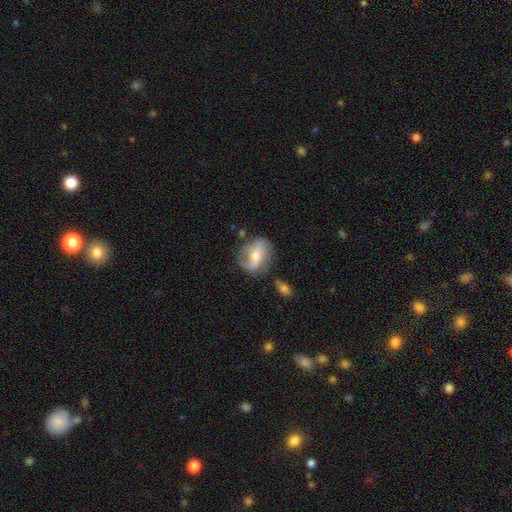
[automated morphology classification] This appears to be a featured or disk galaxy (62%) with a weak bar (41%), spiral arms (82%) and a moderate central bulge (56%). Merging: none (63%).